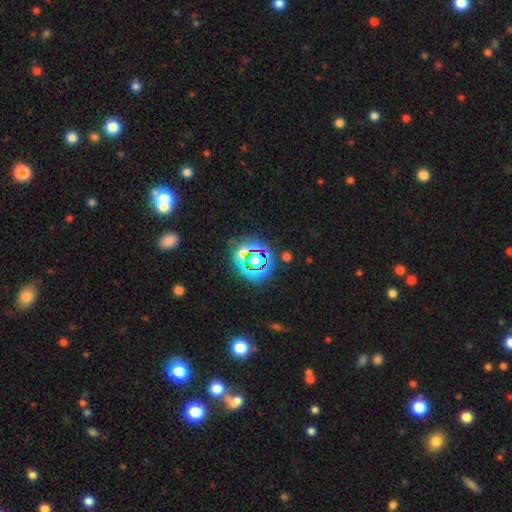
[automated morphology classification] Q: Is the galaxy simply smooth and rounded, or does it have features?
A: star or artifact — 64%.